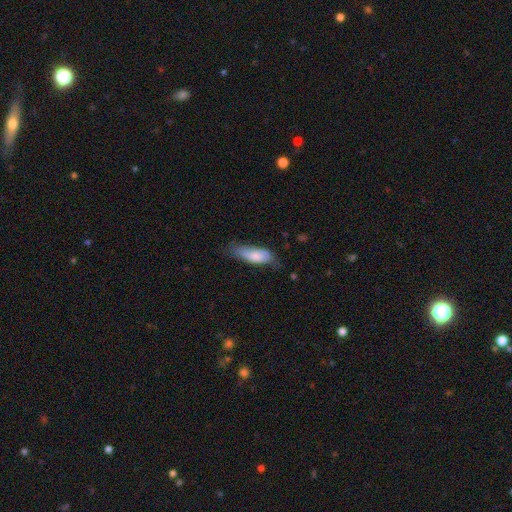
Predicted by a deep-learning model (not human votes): smooth-or-featured: smooth: 76% | featured or disk: 18% | star or artifact: 6%
  how-rounded: in between: 68% | cigar-shaped: 30% | round: 2%
  merging: none: 48% | minor disturbance: 37% | major disturbance: 13% | merger: 2%